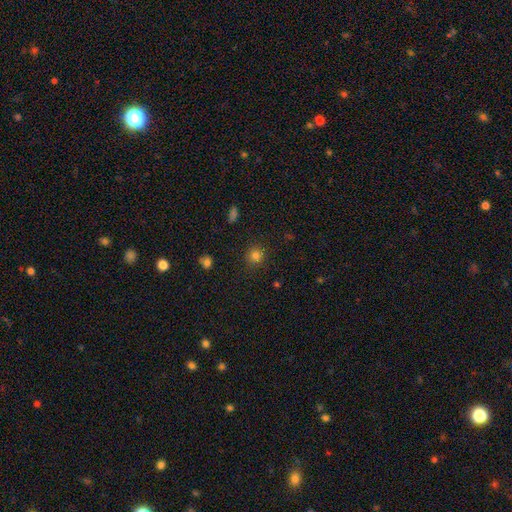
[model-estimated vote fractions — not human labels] Smooth or featured: smooth — 80% (star or artifact — 15%)
How rounded: round — 91% (in between — 8%)
Merging: none — 87% (minor disturbance — 9%)